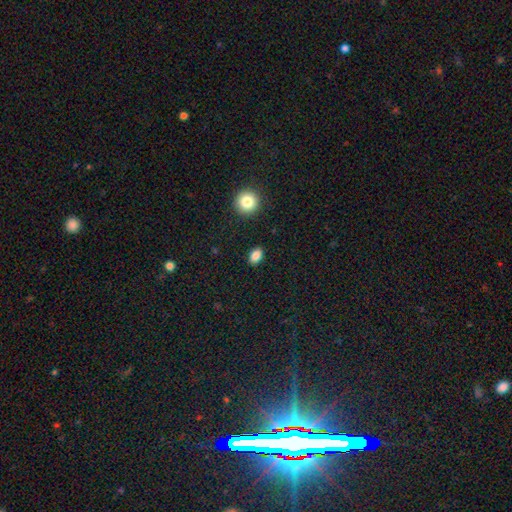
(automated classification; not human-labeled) The model was most divided on "how rounded": in between: 79%, round: 20%, cigar-shaped: 2%. More confident: merging — none (88%); smooth or featured — smooth (86%).